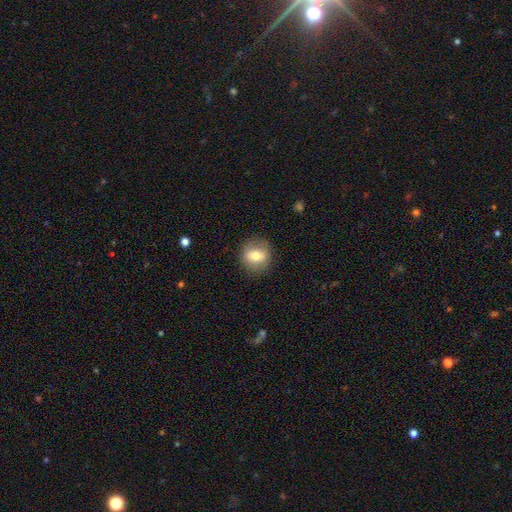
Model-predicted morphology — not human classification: The model was most divided on "smooth or featured": smooth: 66%, featured or disk: 25%, star or artifact: 9%. More confident: merging — none (85%); how rounded — round (80%).